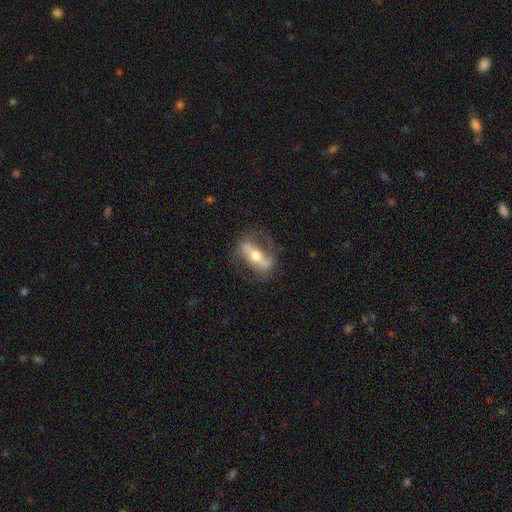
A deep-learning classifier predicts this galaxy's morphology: This is likely a featured or disk galaxy (68%). It is likely not viewed edge-on (75%). Bar: possibly strong (59%). Spiral arm pattern: likely yes (66%). Central bulge: likely moderate (68%). Merging: likely none (66%).